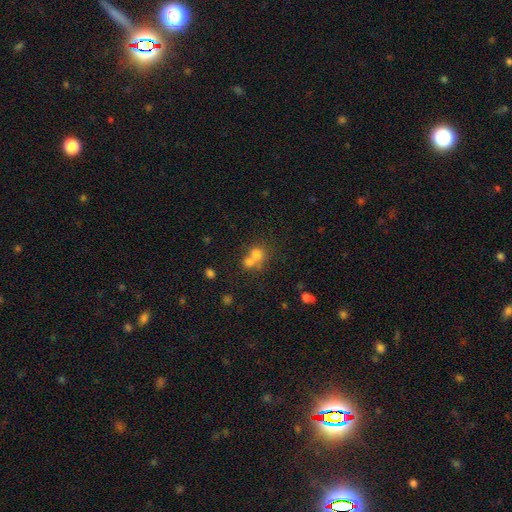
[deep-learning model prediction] smooth-or-featured: smooth: 69% | star or artifact: 17% | featured or disk: 15%
  how-rounded: round: 79% | in between: 20% | cigar-shaped: 1%
  merging: merger: 56% | none: 35% | minor disturbance: 6% | major disturbance: 3%